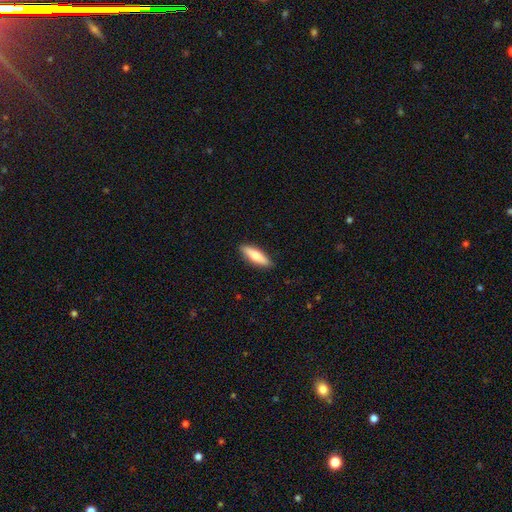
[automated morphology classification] This is likely a smooth galaxy (73%). How rounded: likely cigar-shaped (62%). Merging: clearly none (89%).